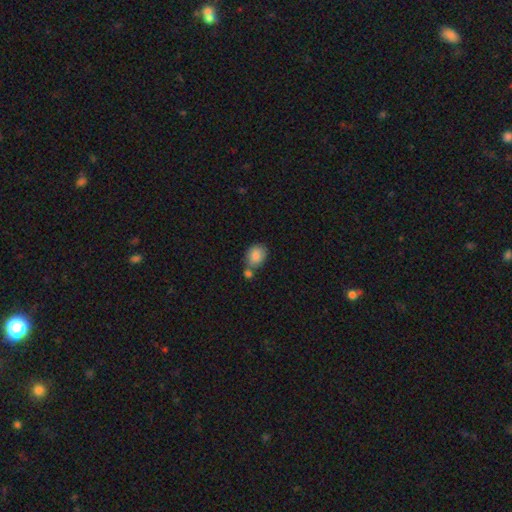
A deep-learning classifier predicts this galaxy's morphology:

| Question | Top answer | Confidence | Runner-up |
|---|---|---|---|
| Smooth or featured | smooth | 86% | star or artifact (8%) |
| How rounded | in between | 59% | round (40%) |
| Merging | none | 47% | merger (33%) |